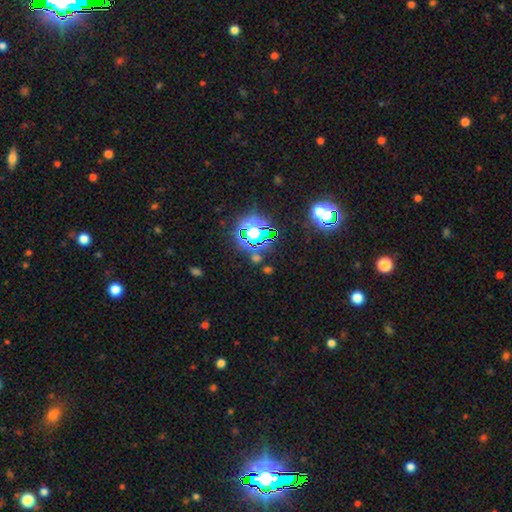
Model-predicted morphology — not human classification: Overall: star or artifact (74%).